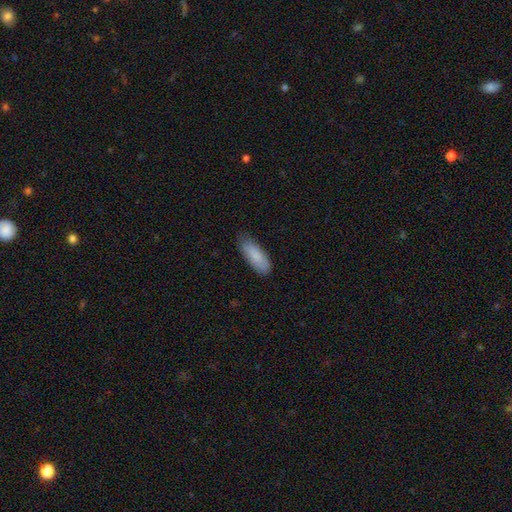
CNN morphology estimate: Smooth or featured: smooth — 86% (featured or disk — 9%)
How rounded: in between — 70% (cigar-shaped — 29%)
Merging: none — 78% (minor disturbance — 18%)